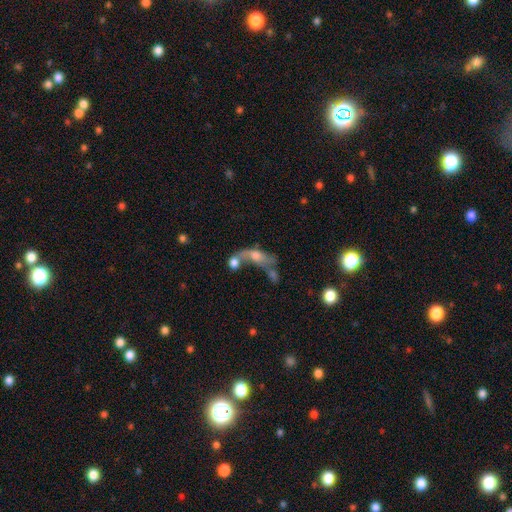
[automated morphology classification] smooth_or_featured: smooth (p=0.45) [alt: featured or disk p=0.41]
merging: merger (p=0.53) [alt: major disturbance p=0.19]